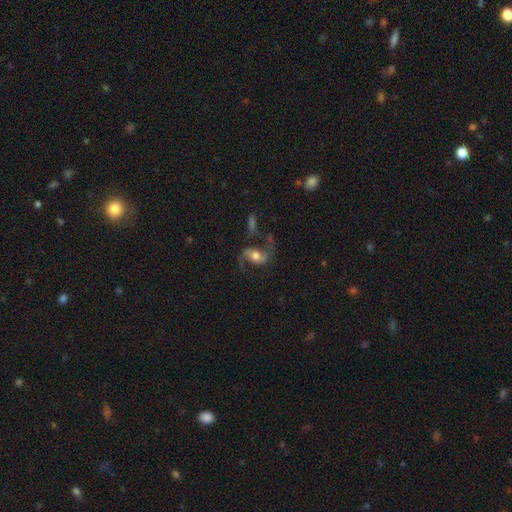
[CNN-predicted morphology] This appears to be a featured or disk galaxy (74%) with no bar (52%), 2 (90%) loose (62%) spiral arms (91%) and a moderate central bulge (60%). Merging: none (56%).